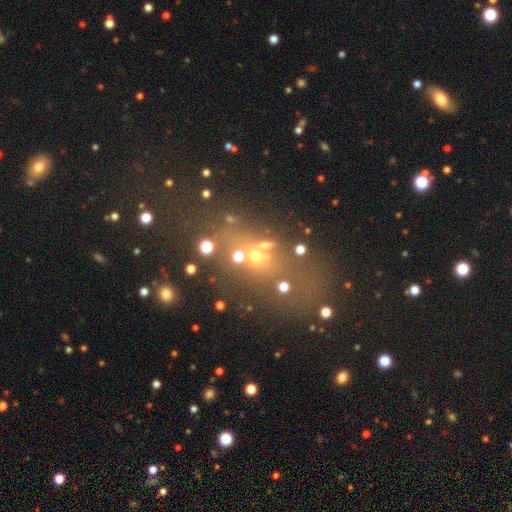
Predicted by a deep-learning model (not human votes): This is marginally a star or artifact rather than a galaxy (40%).